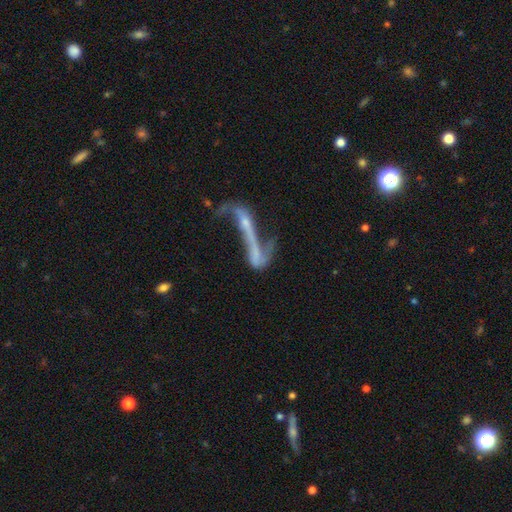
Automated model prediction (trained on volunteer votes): Morphology: type=featured or disk (50%); merging=merger (38%).